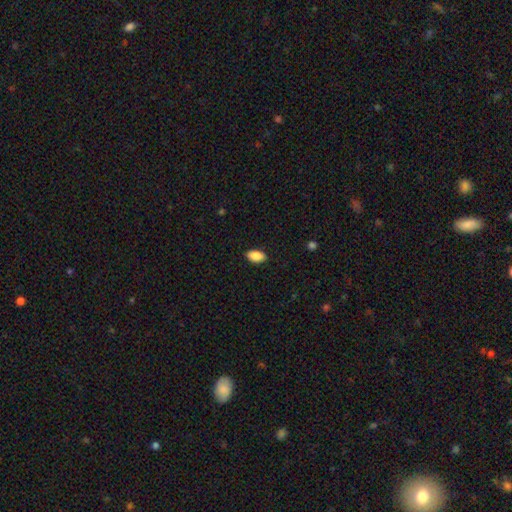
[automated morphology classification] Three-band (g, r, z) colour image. It shows a smooth galaxy with no disk features (89%) that is in between round and cigar-shaped (94%). Merging: none (89%).